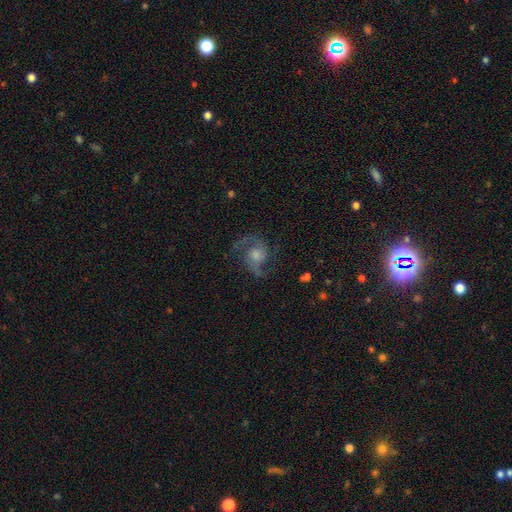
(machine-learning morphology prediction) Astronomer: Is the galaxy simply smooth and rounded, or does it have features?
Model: featured or disk — 88%.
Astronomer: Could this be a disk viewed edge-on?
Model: no — 98%.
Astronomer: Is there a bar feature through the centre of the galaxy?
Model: no — 65%.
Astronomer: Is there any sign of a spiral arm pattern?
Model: yes — 98%.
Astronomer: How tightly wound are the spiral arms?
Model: medium — 59%.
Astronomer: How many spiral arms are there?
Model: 2 — 92%.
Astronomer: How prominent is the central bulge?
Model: moderate — 50% (runner-up: small, 31%).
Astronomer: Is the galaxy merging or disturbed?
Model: none — 77%.